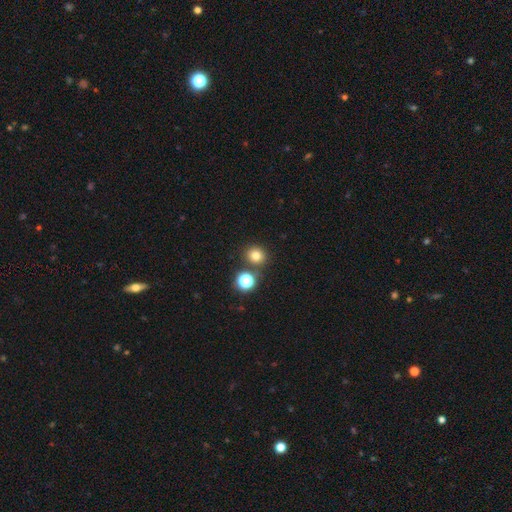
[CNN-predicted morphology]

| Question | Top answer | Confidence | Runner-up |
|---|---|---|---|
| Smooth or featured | smooth | 77% | star or artifact (17%) |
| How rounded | round | 85% | in between (14%) |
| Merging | none | 81% | merger (10%) |